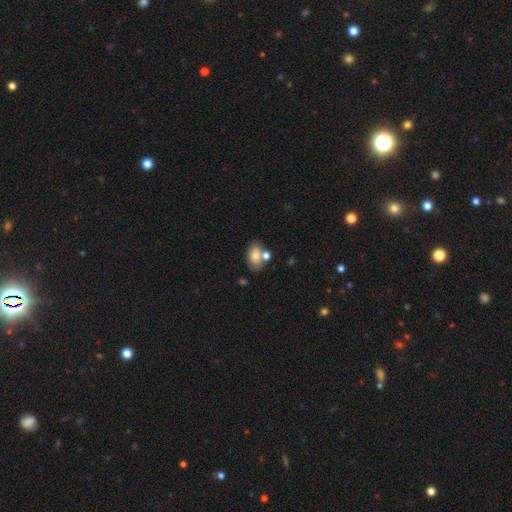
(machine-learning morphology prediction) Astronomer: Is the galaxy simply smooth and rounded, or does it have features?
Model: smooth — 78%.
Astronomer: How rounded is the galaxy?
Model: in between — 87%.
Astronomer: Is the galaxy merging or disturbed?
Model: none — 57%.